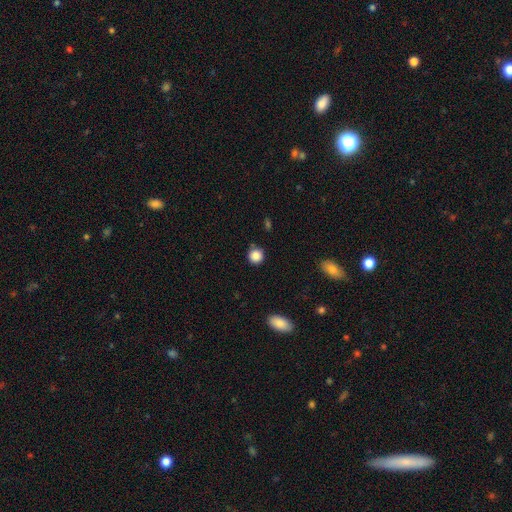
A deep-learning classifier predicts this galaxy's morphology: A smooth galaxy with no disk features (87%) that is round (93%).

Vote fractions:
- Smooth or featured? smooth: 87% / star or artifact: 10% / featured or disk: 4%
- How rounded? round: 93% / in between: 6% / cigar-shaped: 1%
- Merging? none: 85% / minor disturbance: 10% / merger: 3% / major disturbance: 3%